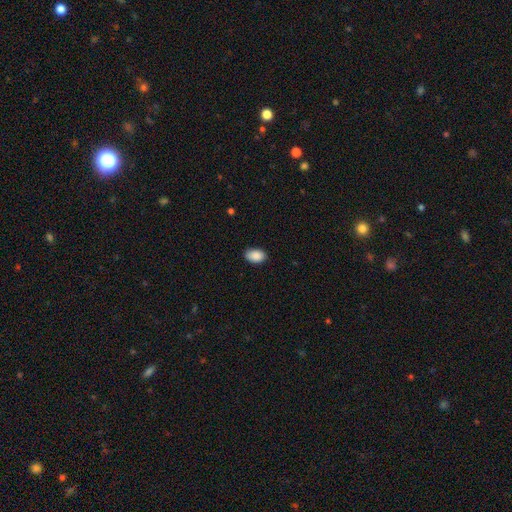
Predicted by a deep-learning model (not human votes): Smooth or featured? smooth (89%)
How rounded? in between (90%)
Merging? none (86%)